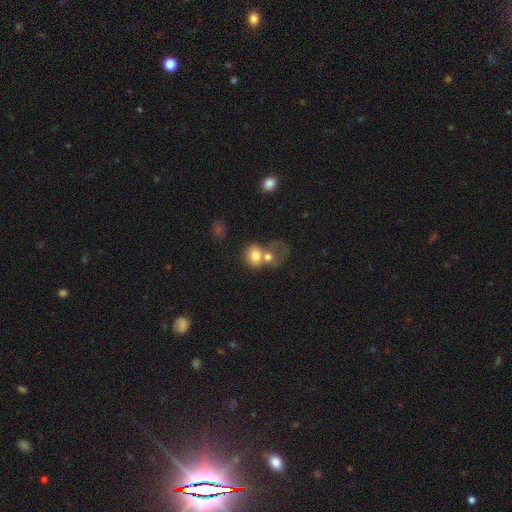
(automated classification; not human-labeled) Smooth or featured? smooth (72%)
How rounded? round (64%)
Merging? merger (63%)